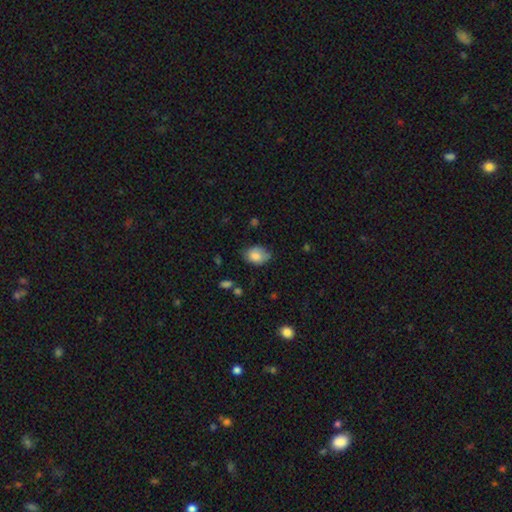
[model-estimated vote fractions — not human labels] This appears to be a smooth galaxy with no disk features (82%) that is in between round and cigar-shaped (76%). Merging: none (64%).